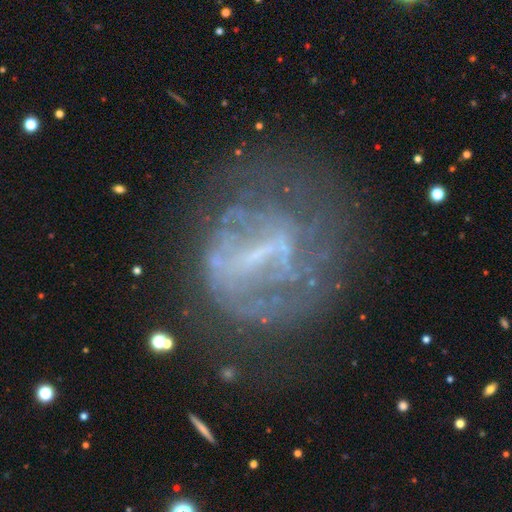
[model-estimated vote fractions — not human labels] smooth_or_featured: featured or disk (p=0.69) [alt: smooth p=0.17]
disk_edge_on: no (p=0.94) [alt: yes p=0.06]
bar: strong (p=0.51) [alt: weak p=0.29]
has_spiral_arms: no (p=0.61) [alt: yes p=0.39]
bulge_size: none (p=0.50) [alt: small p=0.34]
merging: none (p=0.55) [alt: major disturbance p=0.24]